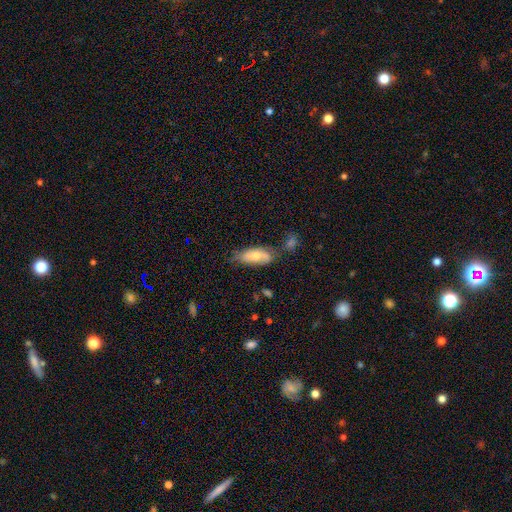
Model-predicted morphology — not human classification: A smooth galaxy with no disk features (57%) that is in between round and cigar-shaped (79%). Merging: none (54%).